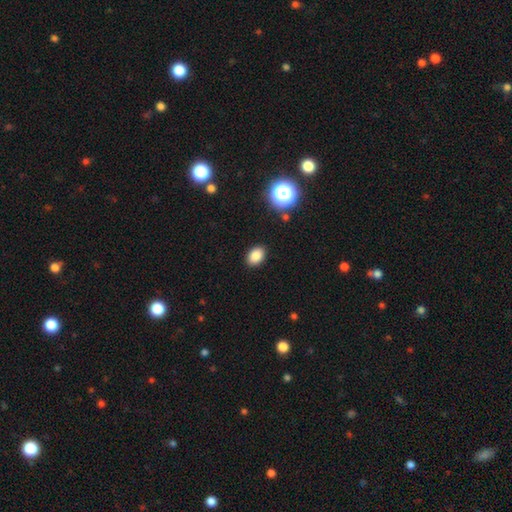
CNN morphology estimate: This is clearly a smooth galaxy (84%). How rounded: likely in between (78%). Merging: clearly none (89%).